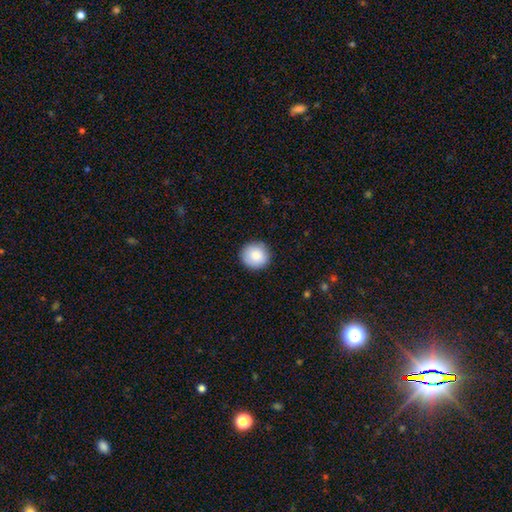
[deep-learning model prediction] smooth-or-featured: smooth: 87% | star or artifact: 7% | featured or disk: 5%
  how-rounded: round: 93% | in between: 6% | cigar-shaped: 1%
  merging: none: 90% | minor disturbance: 8% | major disturbance: 2% | merger: 1%